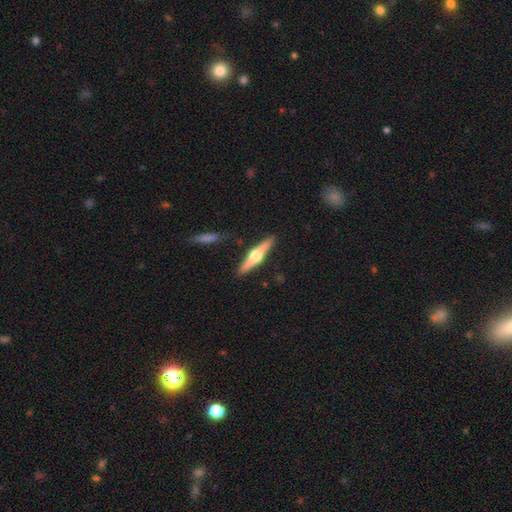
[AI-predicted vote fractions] Smooth or featured?
  - featured or disk: 70% *
  - smooth: 25%
  - star or artifact: 5%
Edge-on disk?
  - yes: 97% *
  - no: 3%
Edge-on bulge?
  - rounded: 95% *
  - boxy: 3%
  - none: 2%
Merging?
  - none: 89% *
  - minor disturbance: 7%
  - merger: 2%
  - major disturbance: 2%